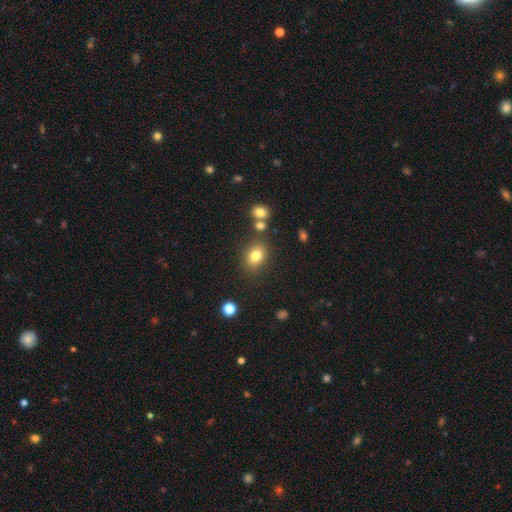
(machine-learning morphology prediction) A smooth galaxy with no disk features (80%) that is in between round and cigar-shaped (63%).

Vote fractions:
- Smooth or featured? smooth: 80% / star or artifact: 12% / featured or disk: 9%
- How rounded? in between: 63% / round: 36% / cigar-shaped: 1%
- Merging? none: 77% / minor disturbance: 11% / merger: 8% / major disturbance: 4%